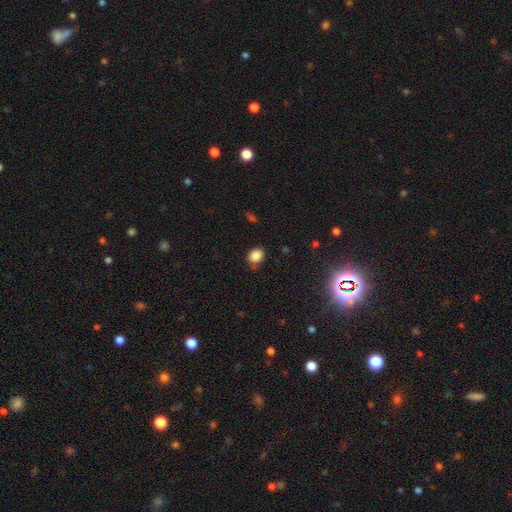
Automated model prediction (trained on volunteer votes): Smooth or featured?
  - smooth: 86% *
  - star or artifact: 10%
  - featured or disk: 4%
How rounded?
  - round: 53% *
  - in between: 46%
  - cigar-shaped: 1%
Merging?
  - none: 70% *
  - minor disturbance: 23%
  - major disturbance: 5%
  - merger: 3%